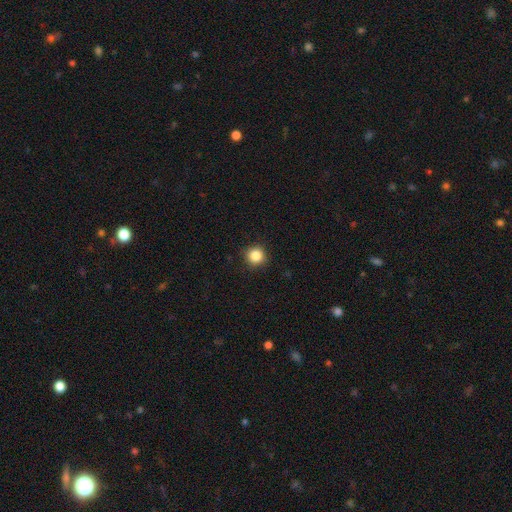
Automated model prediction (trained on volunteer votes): smooth_or_featured: smooth (p=0.85) [alt: star or artifact p=0.11]
how_rounded: round (p=0.94) [alt: in between p=0.05]
merging: none (p=0.92) [alt: minor disturbance p=0.06]